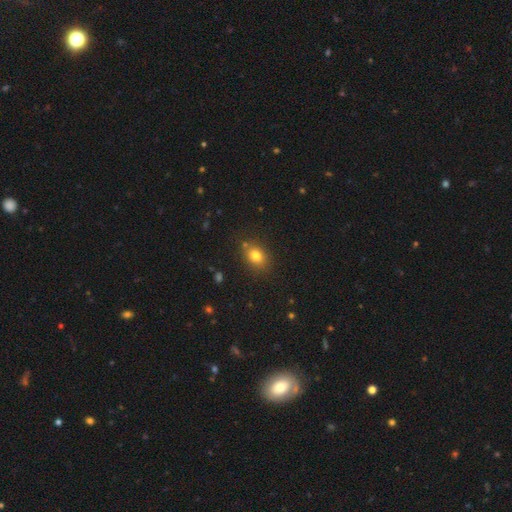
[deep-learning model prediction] smooth_or_featured: smooth (p=0.79) [alt: star or artifact p=0.12]
how_rounded: in between (p=0.61) [alt: round p=0.38]
merging: none (p=0.80) [alt: minor disturbance p=0.12]